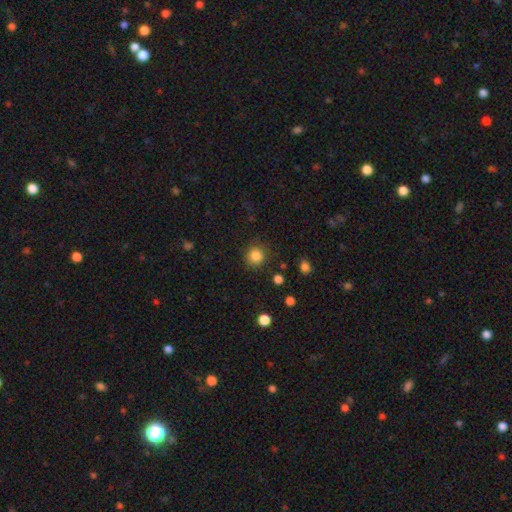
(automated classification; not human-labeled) A smooth galaxy with no disk features (85%) that is round (90%).

Vote fractions:
- Smooth or featured? smooth: 85% / star or artifact: 11% / featured or disk: 4%
- How rounded? round: 90% / in between: 9% / cigar-shaped: 1%
- Merging? none: 86% / minor disturbance: 9% / major disturbance: 3% / merger: 2%